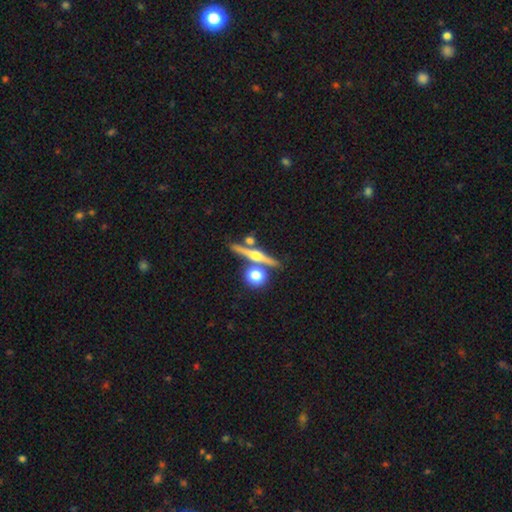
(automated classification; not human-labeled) featured or disk 74%, smooth 19%, star or artifact 7%. Down the decision tree: edge-on disk — yes (95%); edge-on bulge — rounded (95%); merging — none (75%).